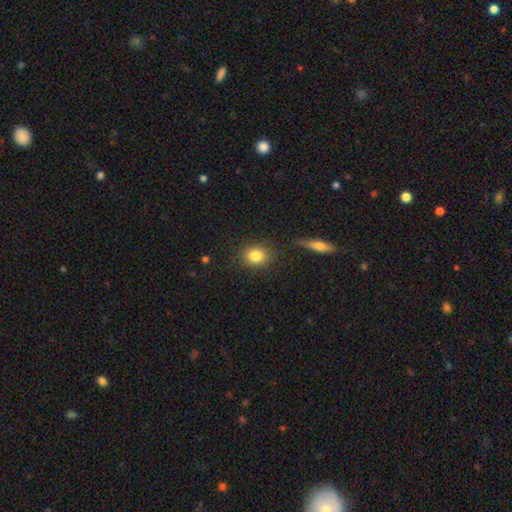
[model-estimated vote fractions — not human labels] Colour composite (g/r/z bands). It shows a smooth galaxy with no disk features (83%) that is round (68%). Merging: none (82%).